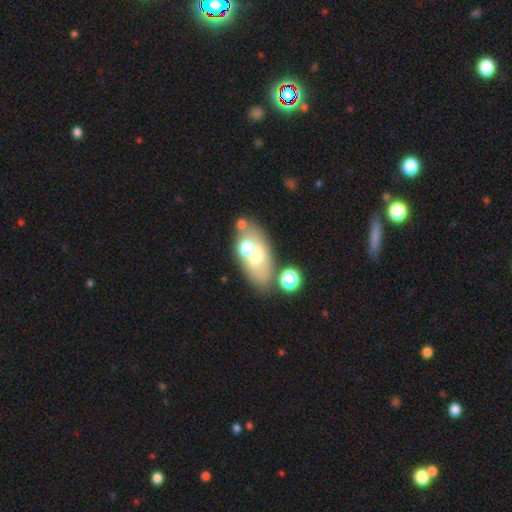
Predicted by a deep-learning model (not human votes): A smooth galaxy with no disk features (50%) that is in between round and cigar-shaped (83%). Merging: none (52%).